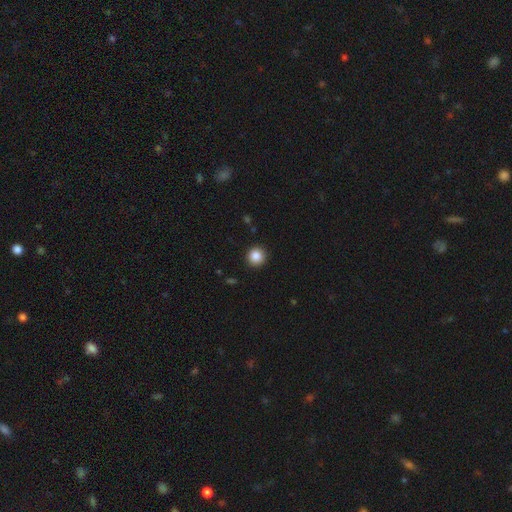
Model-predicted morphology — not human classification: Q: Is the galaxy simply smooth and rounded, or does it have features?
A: smooth — 86%.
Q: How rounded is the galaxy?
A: round — 94%.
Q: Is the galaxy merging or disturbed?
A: none — 93%.